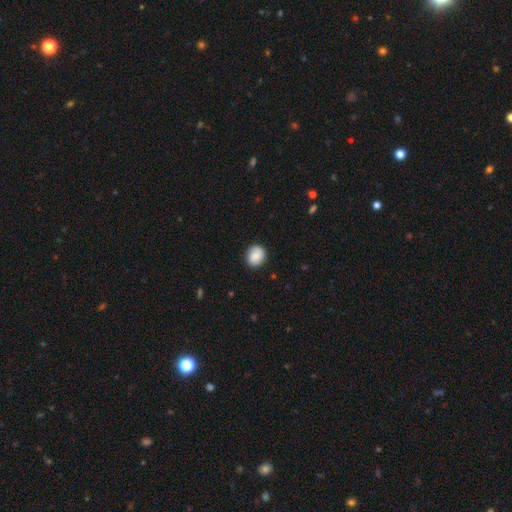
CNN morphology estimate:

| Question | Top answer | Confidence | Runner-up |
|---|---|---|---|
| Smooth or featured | smooth | 80% | featured or disk (13%) |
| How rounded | round | 67% | in between (32%) |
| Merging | none | 84% | minor disturbance (12%) |